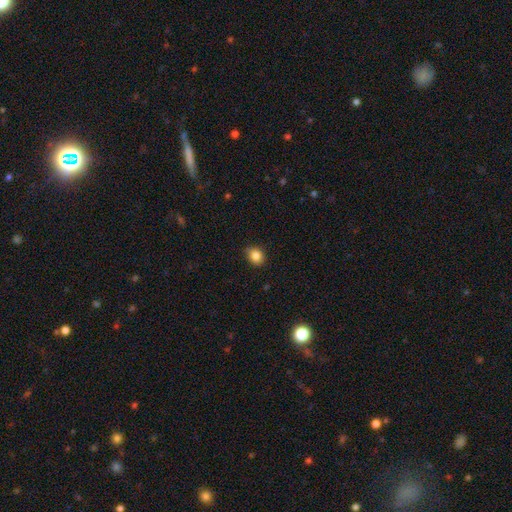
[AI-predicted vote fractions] Smooth or featured?
  - smooth: 85% *
  - star or artifact: 10%
  - featured or disk: 5%
How rounded?
  - round: 58% *
  - in between: 41%
  - cigar-shaped: 1%
Merging?
  - none: 79% *
  - minor disturbance: 17%
  - major disturbance: 3%
  - merger: 1%